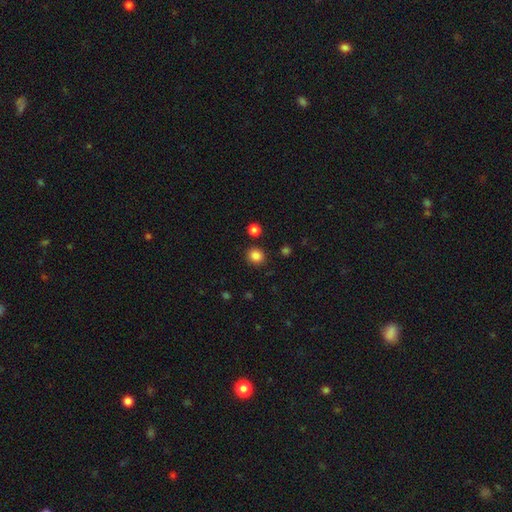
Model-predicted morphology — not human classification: type=smooth (85%); roundness=round (86%); merging=none (89%).